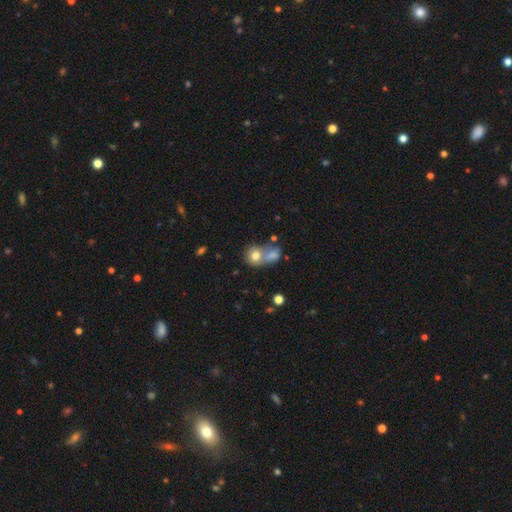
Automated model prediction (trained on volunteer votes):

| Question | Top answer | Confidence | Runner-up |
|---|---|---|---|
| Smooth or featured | smooth | 77% | featured or disk (13%) |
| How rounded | round | 73% | in between (25%) |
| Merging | merger | 56% | none (32%) |